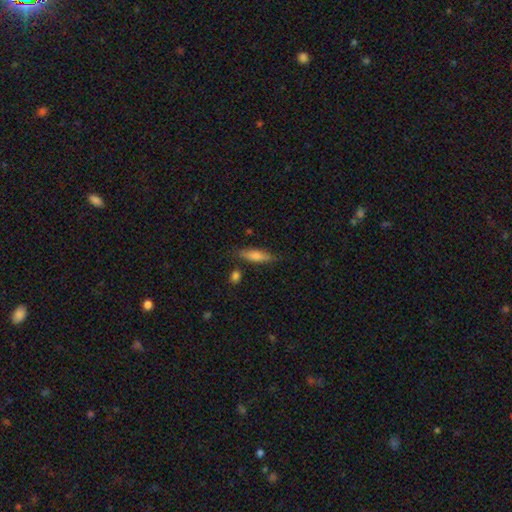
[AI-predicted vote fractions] A smooth galaxy with no disk features (68%) that is cigar-shaped (66%).

Vote fractions:
- Smooth or featured? smooth: 68% / featured or disk: 25% / star or artifact: 7%
- How rounded? cigar-shaped: 66% / in between: 32% / round: 2%
- Merging? none: 79% / minor disturbance: 14% / merger: 4% / major disturbance: 3%